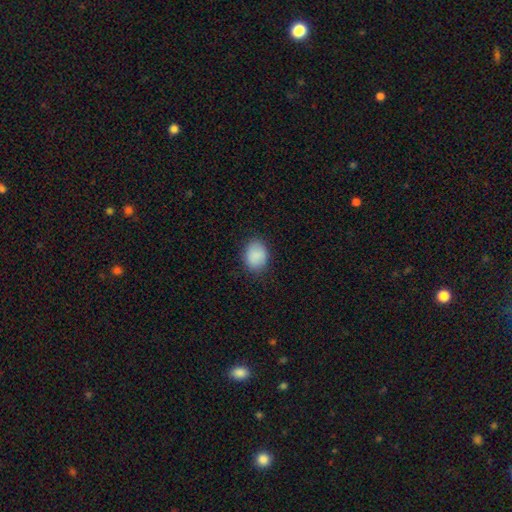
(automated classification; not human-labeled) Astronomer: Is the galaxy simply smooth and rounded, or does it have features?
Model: smooth — 88%.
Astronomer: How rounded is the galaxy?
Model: in between — 54% (runner-up: round, 45%).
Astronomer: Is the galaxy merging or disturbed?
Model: none — 82%.